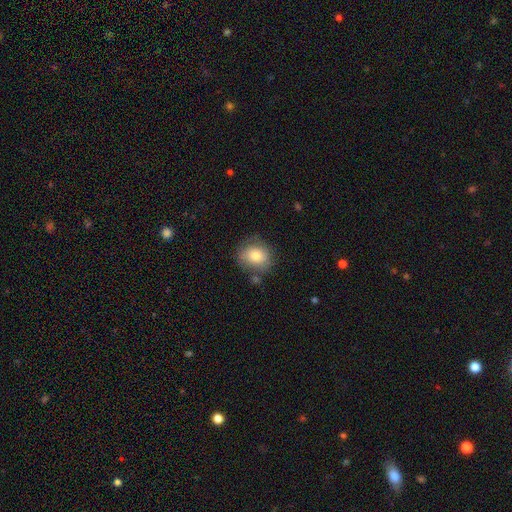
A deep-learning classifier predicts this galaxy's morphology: Smooth or featured? smooth (78%)
How rounded? round (65%)
Merging? none (69%)